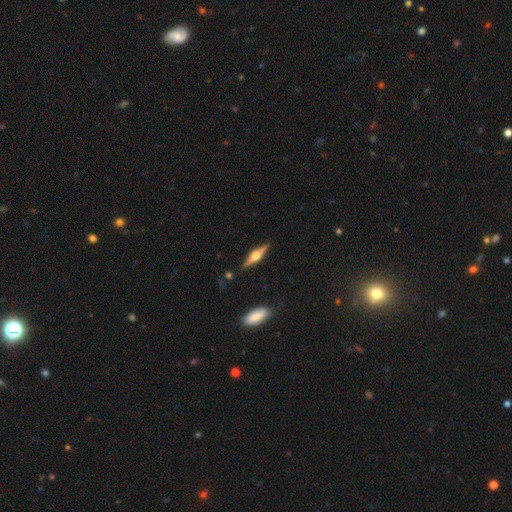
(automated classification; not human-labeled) The model was most divided on "smooth or featured": featured or disk: 76%, smooth: 19%, star or artifact: 5%. More confident: edge-on disk — yes (98%); edge-on bulge — rounded (93%); merging — none (89%).